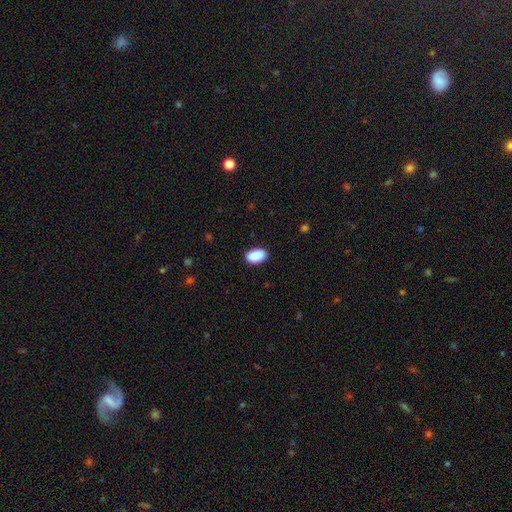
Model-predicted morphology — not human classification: smooth_or_featured: smooth (p=0.90) [alt: star or artifact p=0.07]
how_rounded: in between (p=0.94) [alt: round p=0.05]
merging: none (p=0.87) [alt: minor disturbance p=0.10]